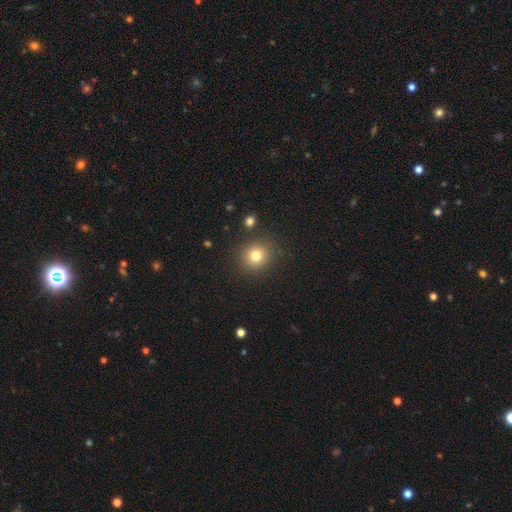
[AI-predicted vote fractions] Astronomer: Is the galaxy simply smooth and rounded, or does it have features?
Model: smooth — 79%.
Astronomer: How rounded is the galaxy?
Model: round — 87%.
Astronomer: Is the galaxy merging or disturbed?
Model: none — 87%.